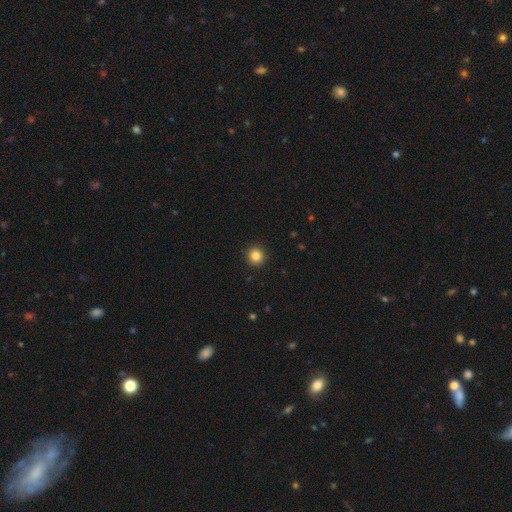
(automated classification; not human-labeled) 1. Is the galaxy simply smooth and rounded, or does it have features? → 85% smooth, 11% star or artifact, 4% featured or disk.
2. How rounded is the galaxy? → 94% round, 5% in between, 1% cigar-shaped.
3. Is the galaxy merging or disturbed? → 93% none, 4% minor disturbance, 2% major disturbance, 1% merger.